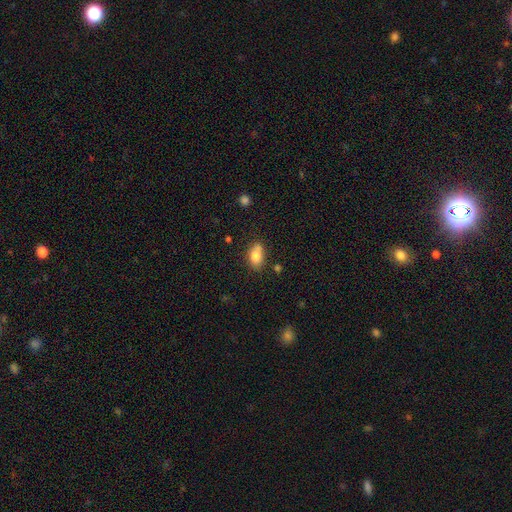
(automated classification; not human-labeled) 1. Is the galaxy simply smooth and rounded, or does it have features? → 79% smooth, 12% featured or disk, 9% star or artifact.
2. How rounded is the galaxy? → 85% in between, 12% round, 3% cigar-shaped.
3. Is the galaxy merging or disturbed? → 60% none, 19% minor disturbance, 16% merger, 4% major disturbance.